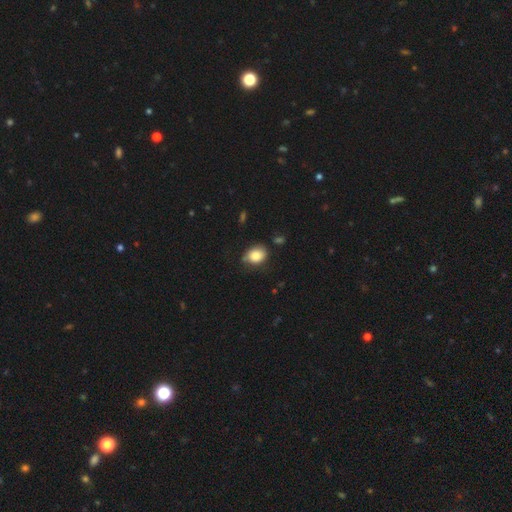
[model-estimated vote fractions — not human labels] This appears to be a smooth galaxy with no disk features (84%) that is in between round and cigar-shaped (65%). Merging: none (65%).